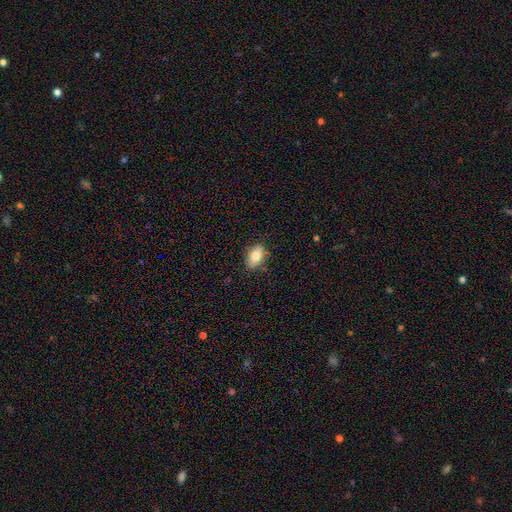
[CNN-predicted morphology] type=smooth (79%); roundness=in between (88%); merging=none (82%).